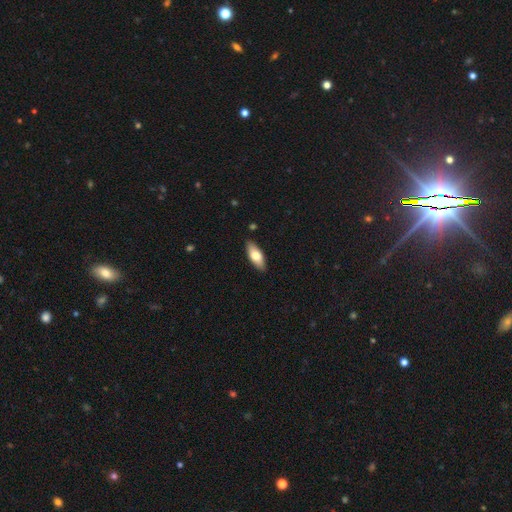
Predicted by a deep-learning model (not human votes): A smooth galaxy with no disk features (71%) that is in between round and cigar-shaped (75%). Merging: none (88%).